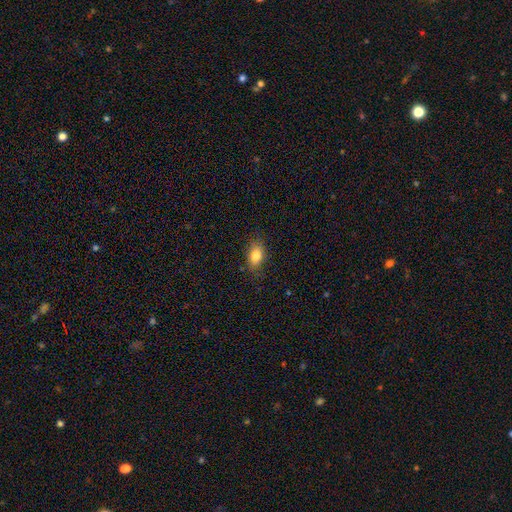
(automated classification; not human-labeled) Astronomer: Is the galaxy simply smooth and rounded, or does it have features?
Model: smooth — 82%.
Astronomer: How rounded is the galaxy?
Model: in between — 86%.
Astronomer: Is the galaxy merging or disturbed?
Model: none — 79%.